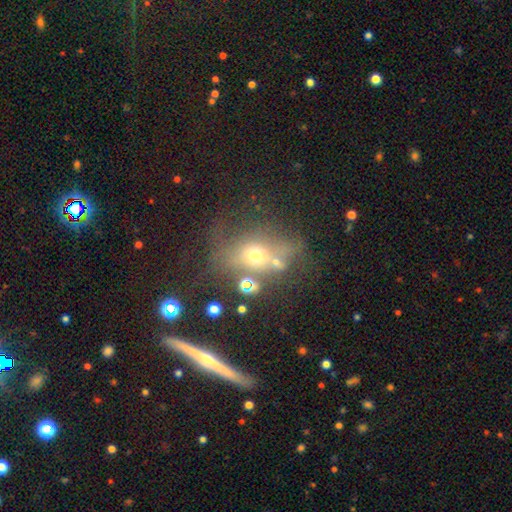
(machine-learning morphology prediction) Smooth or featured? Predicted: smooth (p=0.50). How rounded? Predicted: round (p=0.52). Merging? Predicted: none (p=0.42).